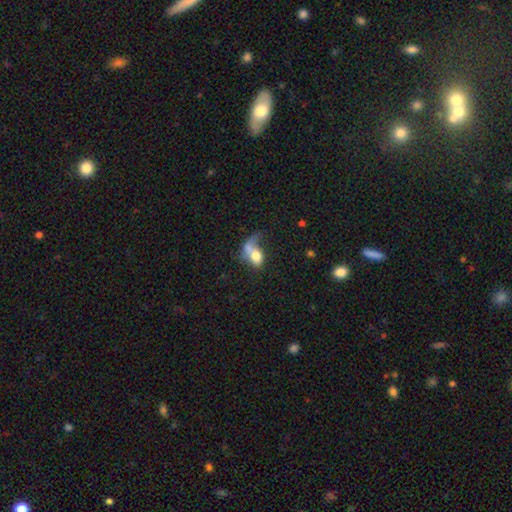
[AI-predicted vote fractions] A smooth galaxy with no disk features (65%) that is in between round and cigar-shaped (70%). Merging: merger (42%).